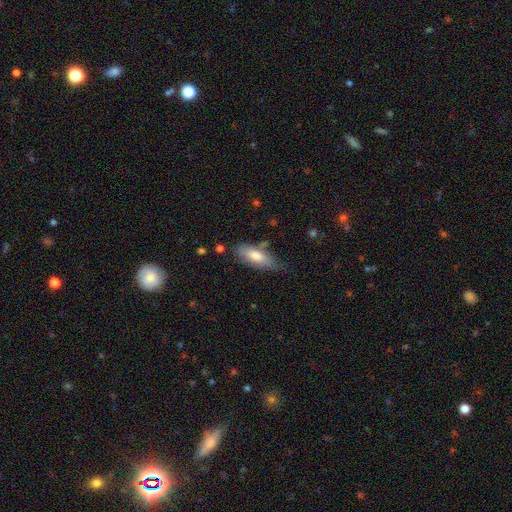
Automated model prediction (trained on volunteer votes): smooth-or-featured: smooth: 72% | featured or disk: 22% | star or artifact: 6%
  how-rounded: in between: 72% | cigar-shaped: 26% | round: 2%
  merging: none: 66% | minor disturbance: 24% | major disturbance: 5% | merger: 4%